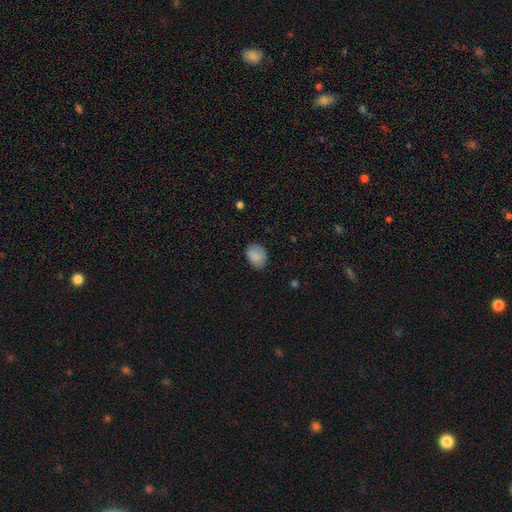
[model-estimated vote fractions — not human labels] This appears to be a smooth galaxy with no disk features (84%) that is in between round and cigar-shaped (66%). Merging: none (72%).